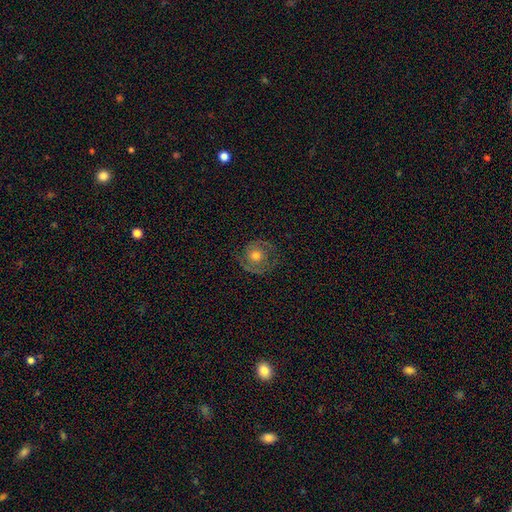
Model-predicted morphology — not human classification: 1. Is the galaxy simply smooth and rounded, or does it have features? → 63% featured or disk, 28% smooth, 9% star or artifact.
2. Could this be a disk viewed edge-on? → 97% no, 3% yes.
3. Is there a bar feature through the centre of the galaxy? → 78% no, 18% weak, 4% strong.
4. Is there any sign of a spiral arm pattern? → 80% yes, 20% no.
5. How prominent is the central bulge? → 68% moderate, 15% large, 14% small, 2% none, 1% dominant.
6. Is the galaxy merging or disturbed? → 75% none, 15% minor disturbance, 9% major disturbance, 1% merger.